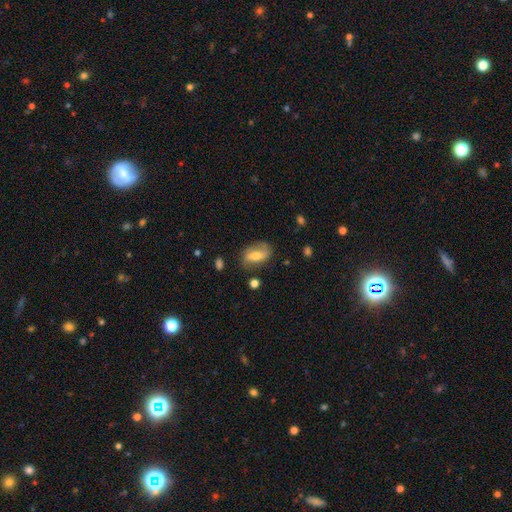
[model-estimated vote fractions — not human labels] Overall: featured or disk (52%; smooth 40%). Edge-on disk: no (91%). Merging: none (72%).